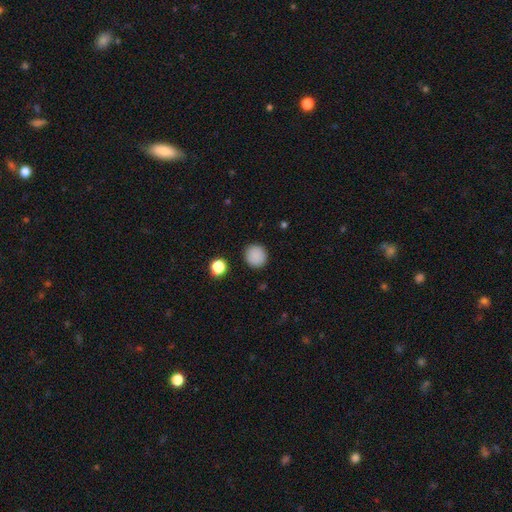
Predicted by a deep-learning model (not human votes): smooth-or-featured: smooth: 87% | star or artifact: 10% | featured or disk: 3%
  how-rounded: round: 92% | in between: 7% | cigar-shaped: 1%
  merging: none: 91% | minor disturbance: 6% | major disturbance: 2% | merger: 1%